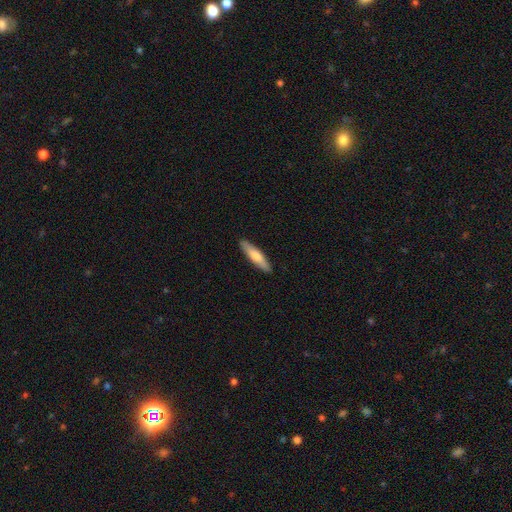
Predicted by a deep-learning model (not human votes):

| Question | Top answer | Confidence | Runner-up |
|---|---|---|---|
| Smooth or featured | smooth | 68% | featured or disk (27%) |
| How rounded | cigar-shaped | 82% | in between (17%) |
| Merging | none | 90% | minor disturbance (7%) |